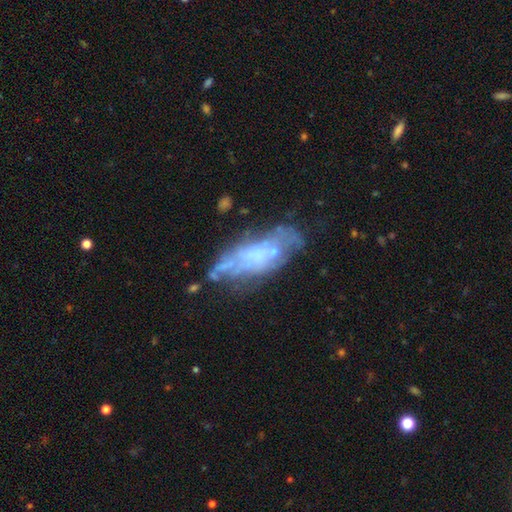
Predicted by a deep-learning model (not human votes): Q: Smooth or featured?
A: featured or disk (61%); runner-up: smooth (29%)
Q: Edge-on disk?
A: no (84%); runner-up: yes (16%)
Q: Bar?
A: no (83%); runner-up: weak (13%)
Q: Spiral arms?
A: no (75%); runner-up: yes (25%)
Q: Bulge size?
A: none (47%); runner-up: small (27%)
Q: Merging?
A: none (47%); runner-up: minor disturbance (25%)